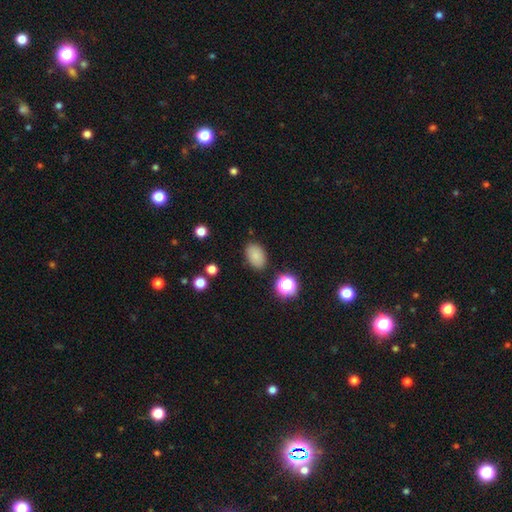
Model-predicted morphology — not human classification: The model was most divided on "smooth or featured": smooth: 83%, star or artifact: 11%, featured or disk: 6%. More confident: how rounded — in between (86%); merging — none (85%).